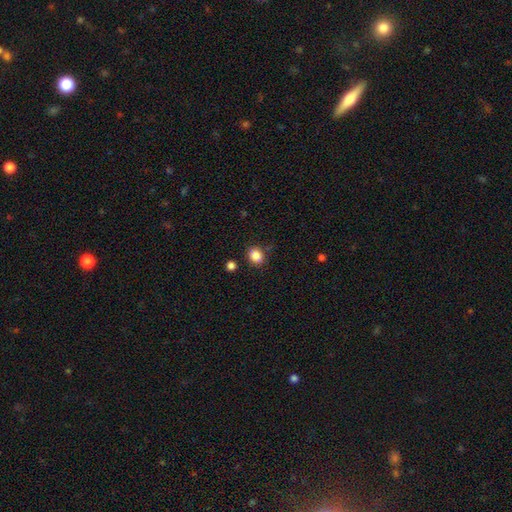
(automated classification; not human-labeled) A smooth galaxy with no disk features (85%) that is round (65%).

Vote fractions:
- Smooth or featured? smooth: 85% / star or artifact: 11% / featured or disk: 4%
- How rounded? round: 65% / in between: 34% / cigar-shaped: 1%
- Merging? none: 82% / minor disturbance: 11% / merger: 4% / major disturbance: 3%